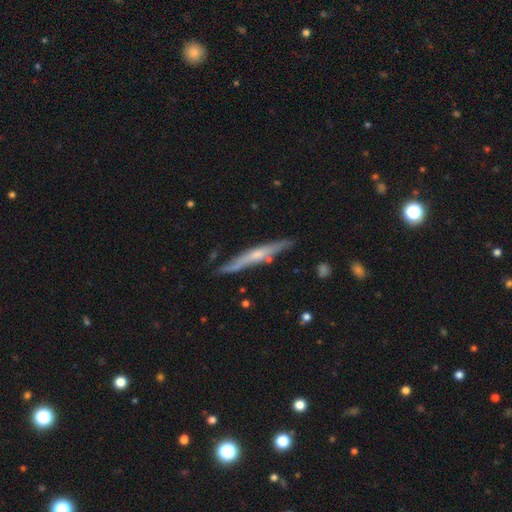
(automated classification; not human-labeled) Smooth or featured? Predicted: featured or disk (p=0.64). Edge-on disk? Predicted: yes (p=0.94). Edge-on bulge? Predicted: rounded (p=0.55). Merging? Predicted: none (p=0.82).